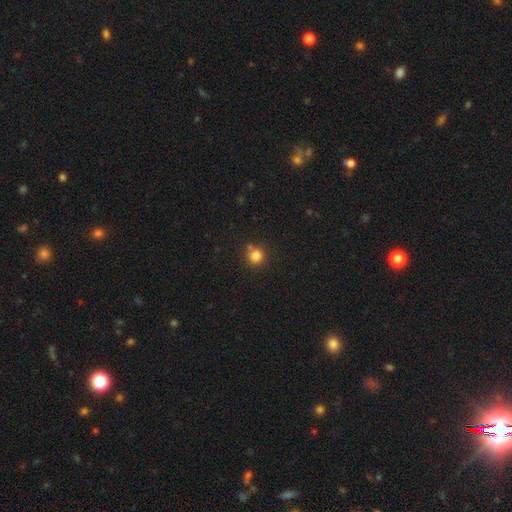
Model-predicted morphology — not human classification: A smooth galaxy with no disk features (82%) that is round (91%). Merging: none (76%).